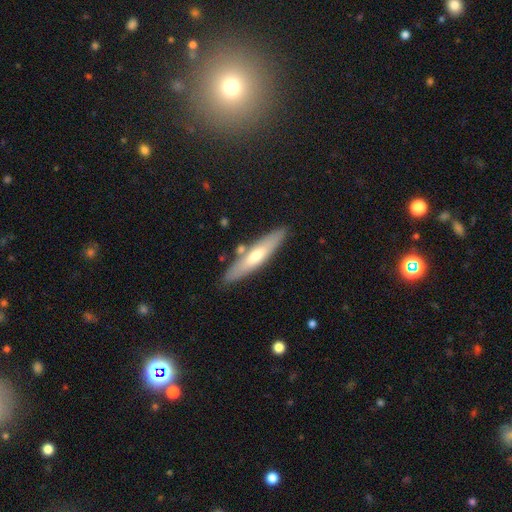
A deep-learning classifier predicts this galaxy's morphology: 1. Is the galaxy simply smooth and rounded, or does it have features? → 51% smooth, 42% featured or disk, 7% star or artifact.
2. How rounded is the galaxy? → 85% cigar-shaped, 14% in between, 1% round.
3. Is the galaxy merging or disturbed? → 83% none, 11% minor disturbance, 4% merger, 2% major disturbance.